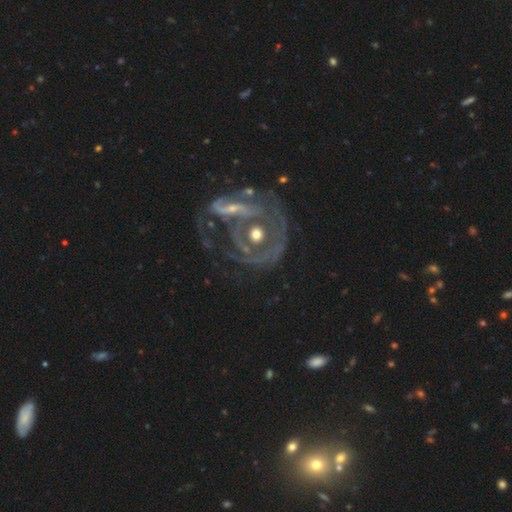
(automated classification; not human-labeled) featured or disk 83%, star or artifact 10%, smooth 7%. Down the decision tree: edge-on disk — no (97%); bar — weak (38%); spiral arms — yes (85%); spiral arm count — 2 (63%); spiral winding — medium (44%); bulge size — small (58%); merging — none (40%).